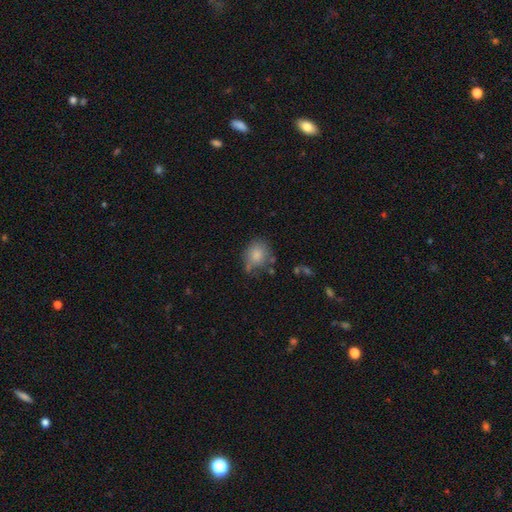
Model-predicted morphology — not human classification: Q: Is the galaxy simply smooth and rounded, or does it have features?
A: smooth — 77%.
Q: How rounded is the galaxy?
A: round — 64%.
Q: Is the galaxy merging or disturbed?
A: none — 63%.